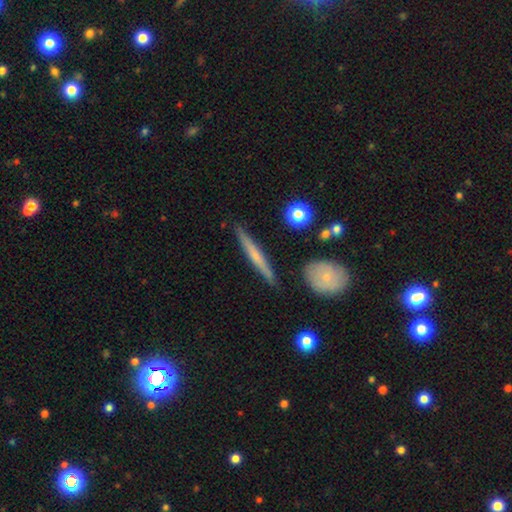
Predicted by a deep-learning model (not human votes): A featured or disk galaxy (54%) viewed edge-on (95%) with no central bulge (60%). Merging: none (87%).